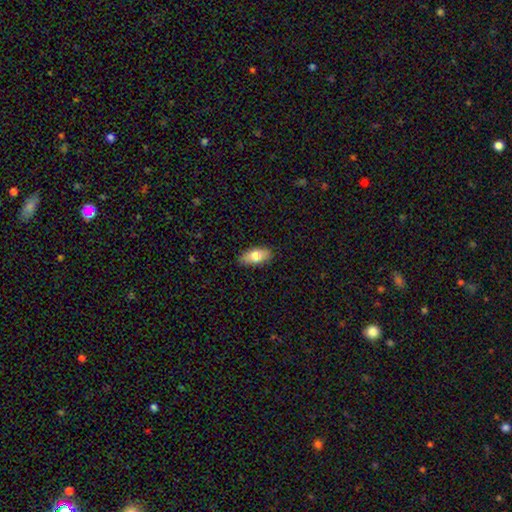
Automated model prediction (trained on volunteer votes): This appears to be a smooth galaxy with no disk features (75%) that is in between round and cigar-shaped (86%). Merging: none (87%).